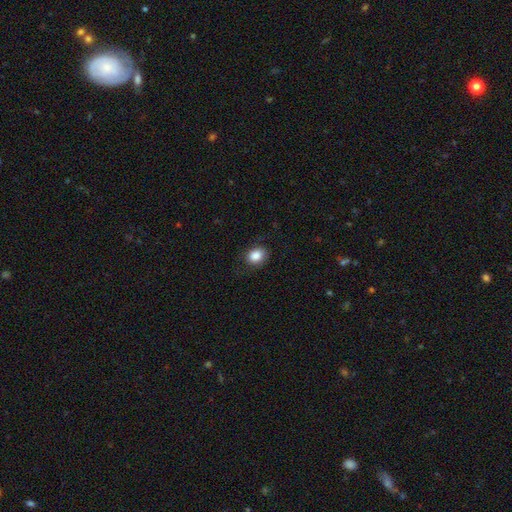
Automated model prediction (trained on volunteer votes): Smooth or featured? smooth (87%)
How rounded? in between (54%)
Merging? none (82%)